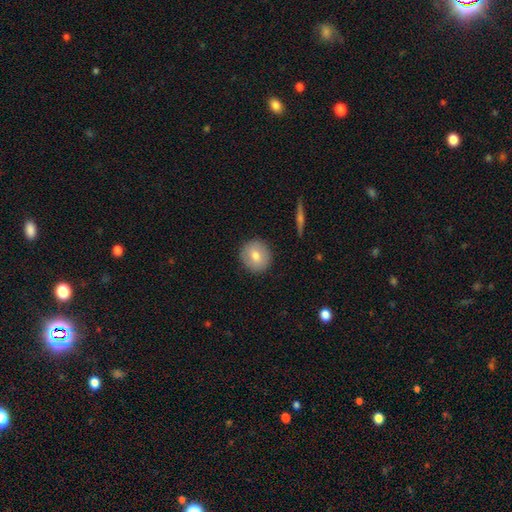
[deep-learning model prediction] Smooth or featured? smooth (72%)
How rounded? round (93%)
Merging? none (90%)